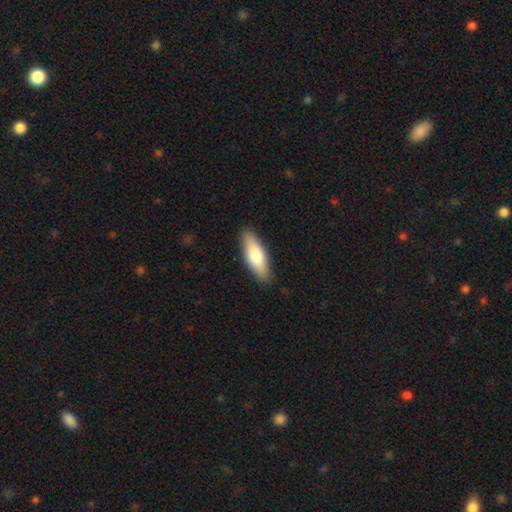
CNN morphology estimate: This is likely a smooth galaxy (72%). How rounded: possibly in between (57%). Merging: clearly none (88%).